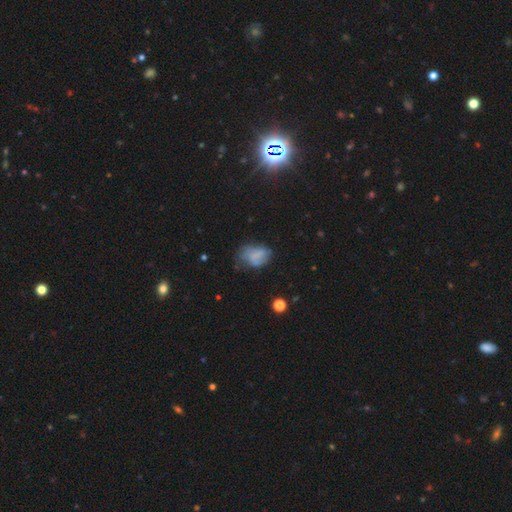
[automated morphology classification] Overall: smooth (60%; featured or disk 28%). How rounded: in between (76%). Merging: none (40%; minor disturbance 34%).